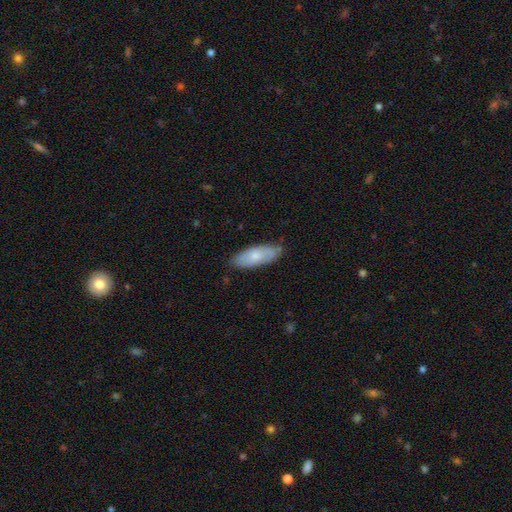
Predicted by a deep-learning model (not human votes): The model was most divided on "smooth or featured": smooth: 69%, featured or disk: 25%, star or artifact: 6%. More confident: merging — none (77%); how rounded — in between (73%).